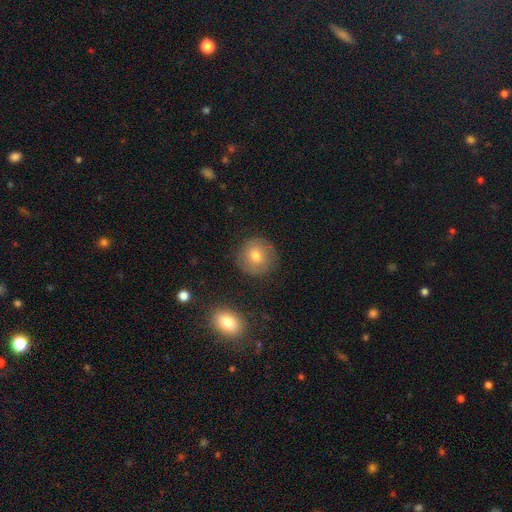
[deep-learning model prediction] Smooth or featured? Predicted: smooth (p=0.66). How rounded? Predicted: round (p=0.91). Merging? Predicted: none (p=0.84).